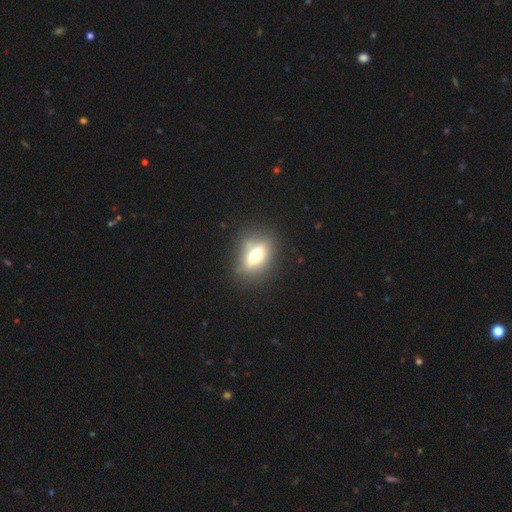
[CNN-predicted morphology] smooth-or-featured: smooth: 54% | featured or disk: 35% | star or artifact: 11%
  how-rounded: in between: 68% | round: 20% | cigar-shaped: 12%
  merging: none: 76% | minor disturbance: 14% | major disturbance: 6% | merger: 4%